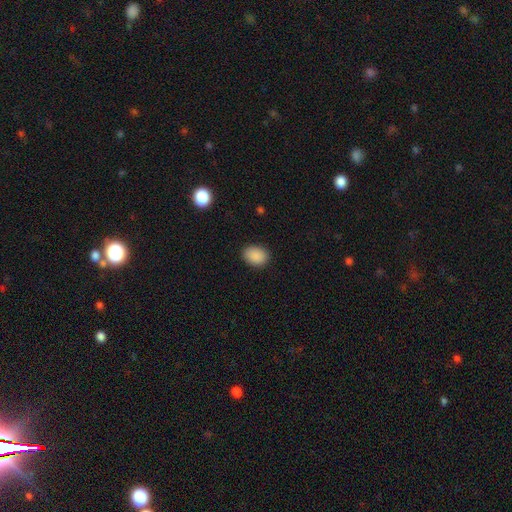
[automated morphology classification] A smooth galaxy with no disk features (89%) that is in between round and cigar-shaped (69%). Merging: none (87%).